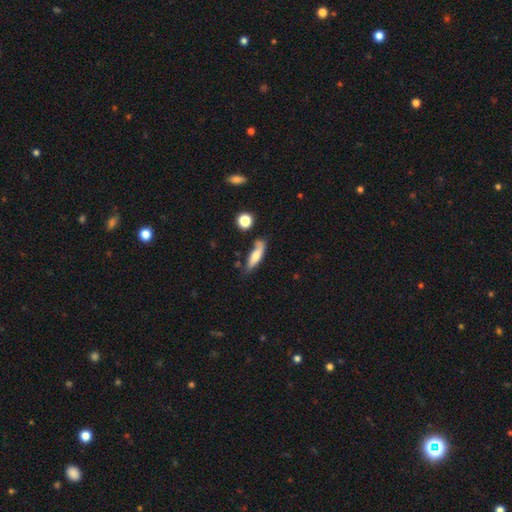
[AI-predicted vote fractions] Smooth or featured?
  - smooth: 66% *
  - featured or disk: 27%
  - star or artifact: 7%
How rounded?
  - cigar-shaped: 59% *
  - in between: 38%
  - round: 3%
Merging?
  - none: 61% *
  - minor disturbance: 25%
  - merger: 7%
  - major disturbance: 7%